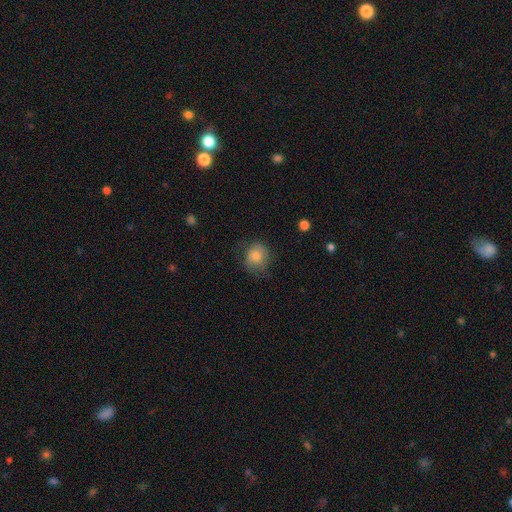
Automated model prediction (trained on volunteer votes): Overall: smooth (77%). How rounded: round (76%). Merging: none (64%; minor disturbance 25%).